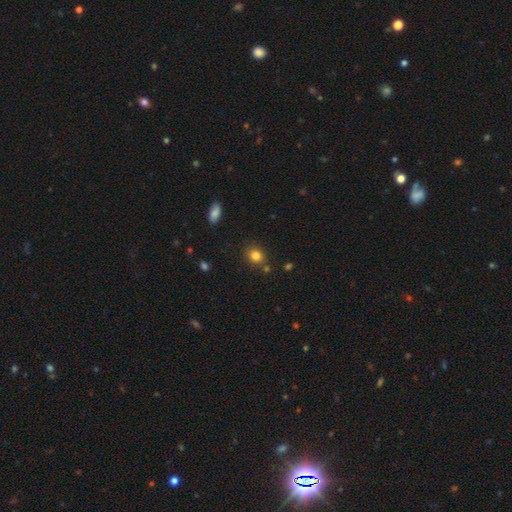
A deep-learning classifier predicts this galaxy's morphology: smooth_or_featured: smooth (p=0.82) [alt: star or artifact p=0.12]
how_rounded: round (p=0.73) [alt: in between p=0.26]
merging: none (p=0.81) [alt: minor disturbance p=0.10]